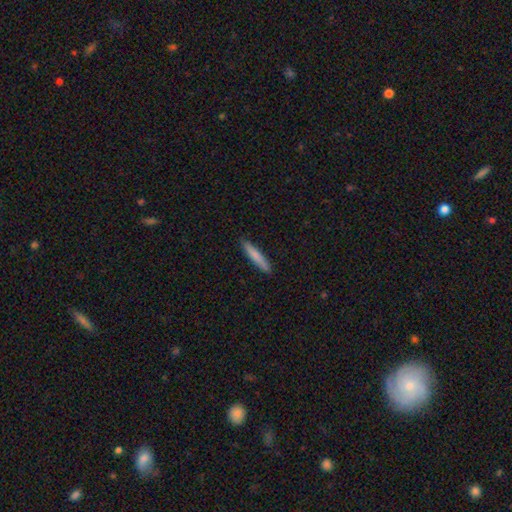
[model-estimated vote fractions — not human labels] smooth 79%, featured or disk 16%, star or artifact 5%. Down the decision tree: how rounded — cigar-shaped (93%); merging — none (91%).